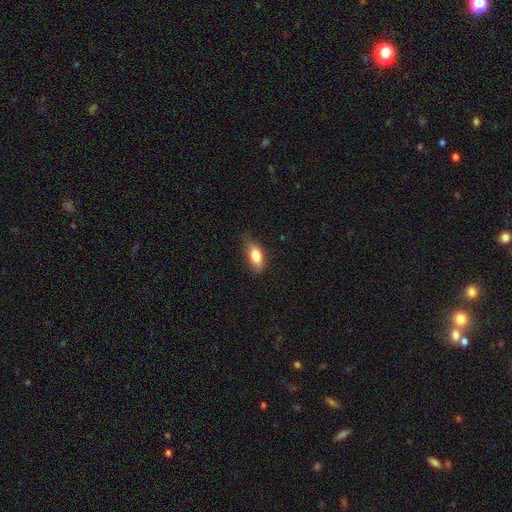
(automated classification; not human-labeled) smooth-or-featured: smooth: 80% | featured or disk: 13% | star or artifact: 7%
  how-rounded: in between: 84% | cigar-shaped: 12% | round: 4%
  merging: none: 70% | minor disturbance: 24% | major disturbance: 5% | merger: 1%